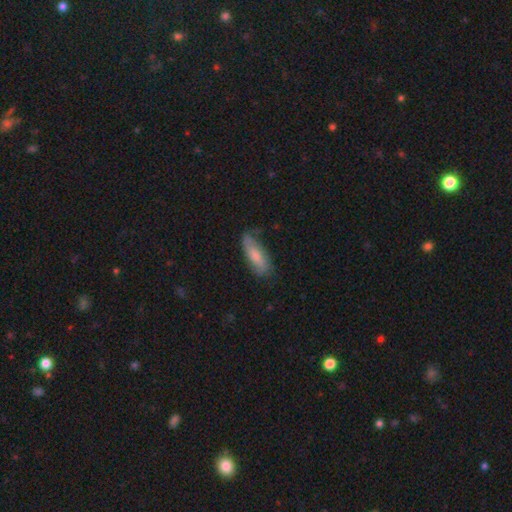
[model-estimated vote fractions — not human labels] Smooth or featured? smooth (65%)
How rounded? in between (67%)
Merging? none (62%)